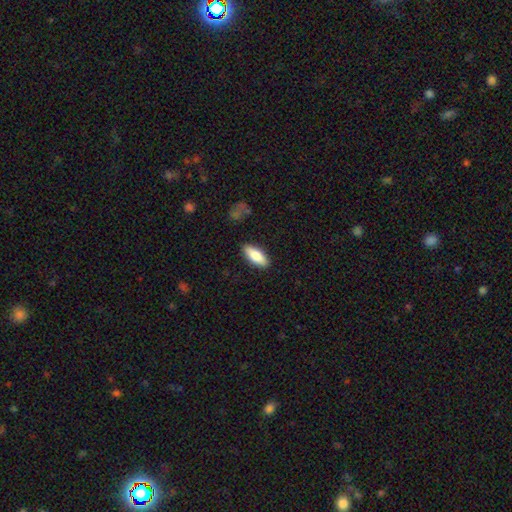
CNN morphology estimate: Smooth or featured? smooth (79%)
How rounded? in between (75%)
Merging? none (88%)